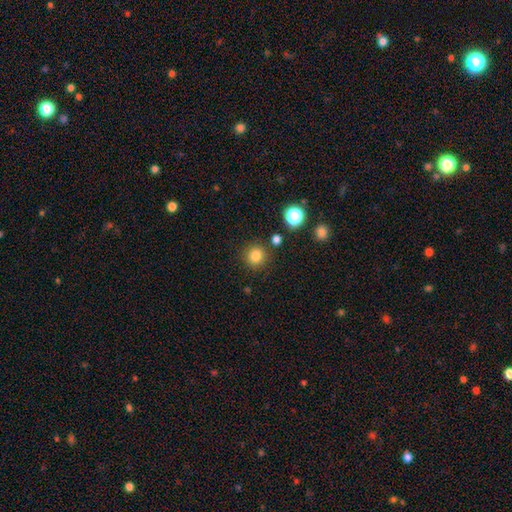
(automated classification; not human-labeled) Smooth or featured? smooth (82%)
How rounded? round (92%)
Merging? none (86%)